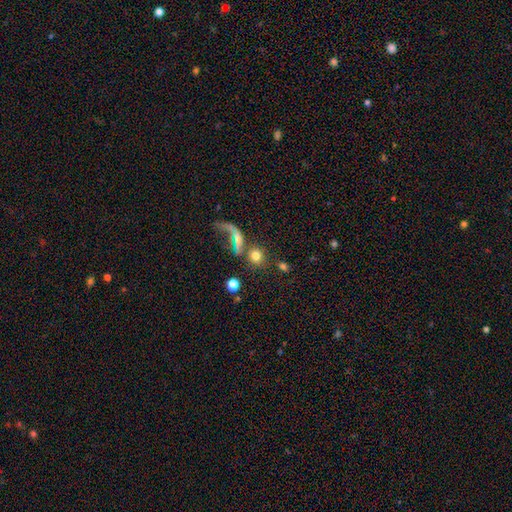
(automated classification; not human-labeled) Morphology: type=smooth (74%); roundness=round (84%); merging=none (53%).